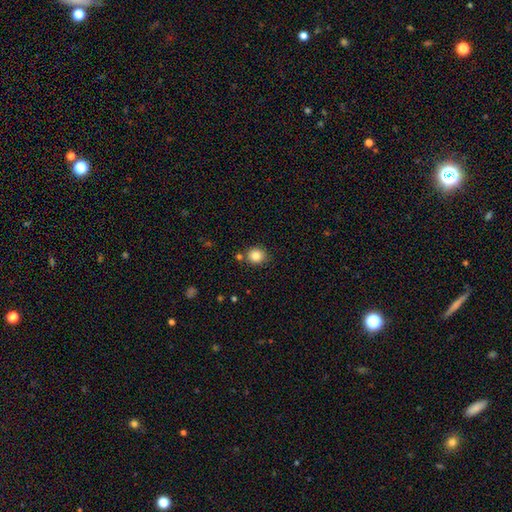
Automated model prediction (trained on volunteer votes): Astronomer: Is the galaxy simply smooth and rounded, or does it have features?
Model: smooth — 85%.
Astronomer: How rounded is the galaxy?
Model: round — 80%.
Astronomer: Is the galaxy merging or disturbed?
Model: none — 78%.